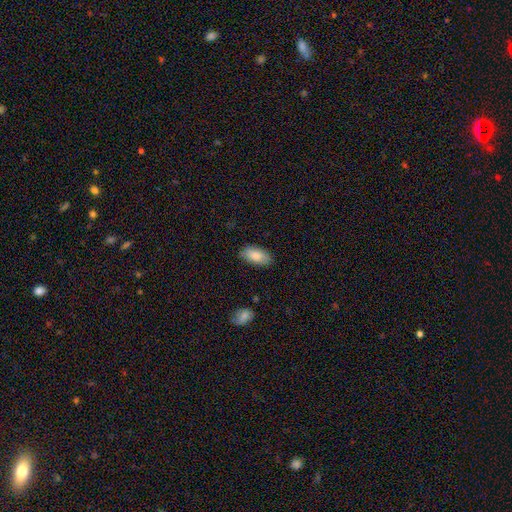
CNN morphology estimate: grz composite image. It shows a smooth galaxy with no disk features (85%) that is in between round and cigar-shaped (93%). Merging: none (83%).